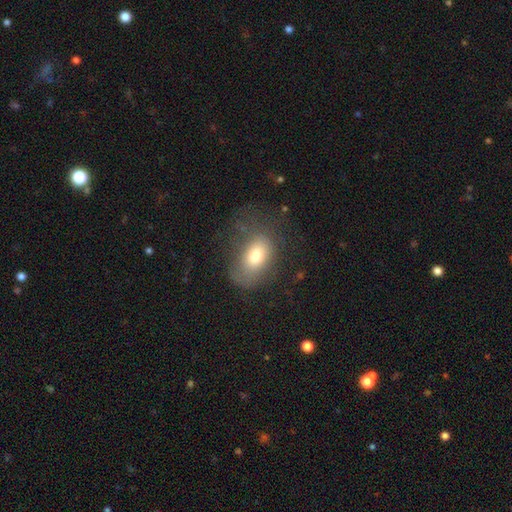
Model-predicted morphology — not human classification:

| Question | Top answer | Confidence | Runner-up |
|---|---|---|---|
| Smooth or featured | smooth | 71% | featured or disk (19%) |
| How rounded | in between | 83% | round (15%) |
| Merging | none | 51% | minor disturbance (25%) |